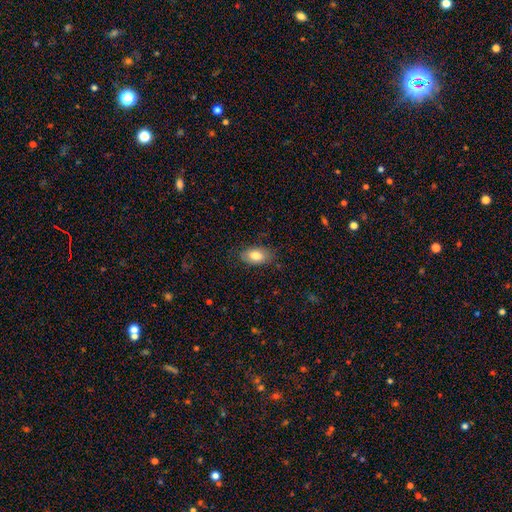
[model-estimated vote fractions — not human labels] smooth 80%, featured or disk 13%, star or artifact 7%. Down the decision tree: how rounded — in between (92%); merging — none (81%).